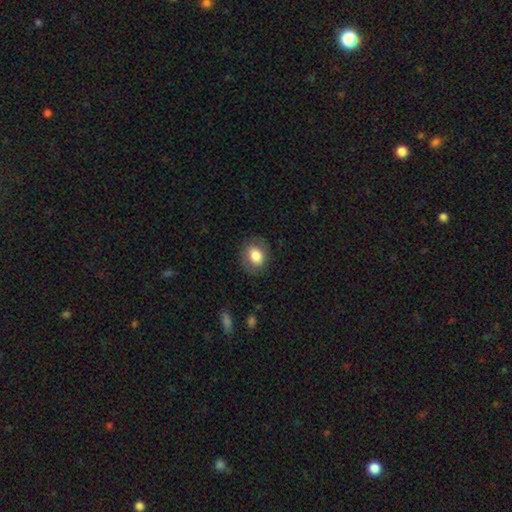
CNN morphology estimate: Q: Smooth or featured?
A: smooth (79%); runner-up: featured or disk (13%)
Q: How rounded?
A: in between (51%); runner-up: round (47%)
Q: Merging?
A: none (82%); runner-up: minor disturbance (12%)